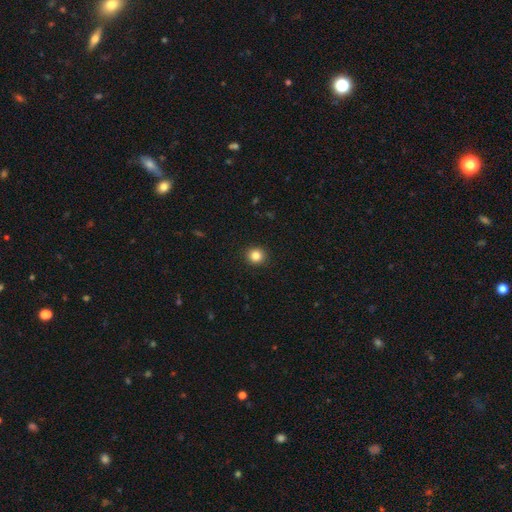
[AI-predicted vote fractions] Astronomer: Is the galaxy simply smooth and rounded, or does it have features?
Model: smooth — 85%.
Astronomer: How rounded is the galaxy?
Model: round — 92%.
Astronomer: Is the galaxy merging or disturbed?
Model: none — 92%.